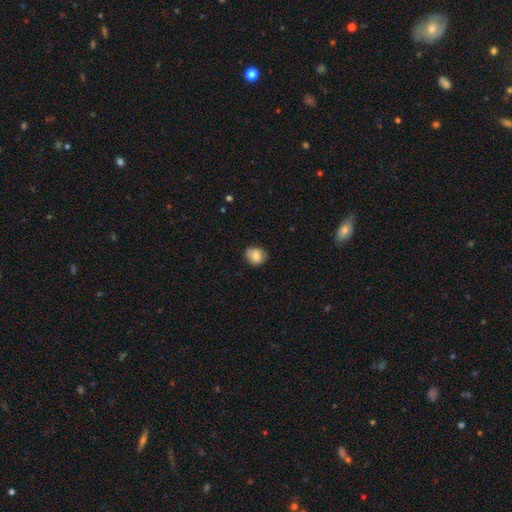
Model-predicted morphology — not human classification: A smooth galaxy with no disk features (78%) that is round (70%). Merging: none (78%).